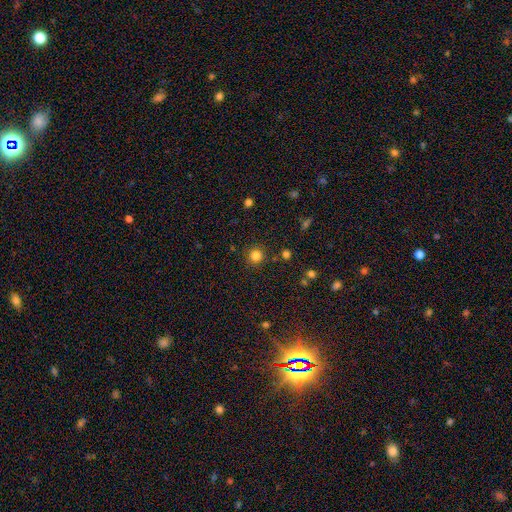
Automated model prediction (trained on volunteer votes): smooth-or-featured: smooth: 81% | star or artifact: 14% | featured or disk: 5%
  how-rounded: round: 94% | in between: 5% | cigar-shaped: 1%
  merging: none: 88% | minor disturbance: 7% | merger: 3% | major disturbance: 2%